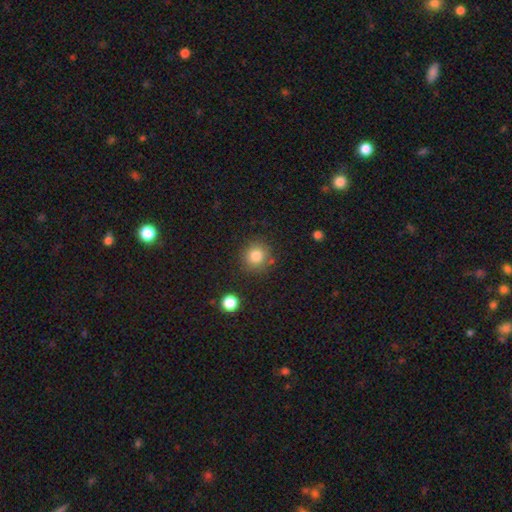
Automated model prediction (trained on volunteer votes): This is clearly a smooth galaxy (82%). How rounded: clearly round (90%). Merging: clearly none (83%).